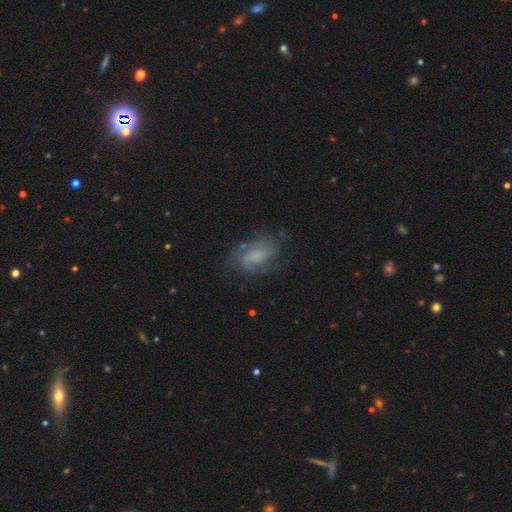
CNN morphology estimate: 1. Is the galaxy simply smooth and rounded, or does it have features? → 48% smooth, 42% featured or disk, 10% star or artifact.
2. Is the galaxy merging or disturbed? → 63% none, 23% minor disturbance, 11% major disturbance, 2% merger.